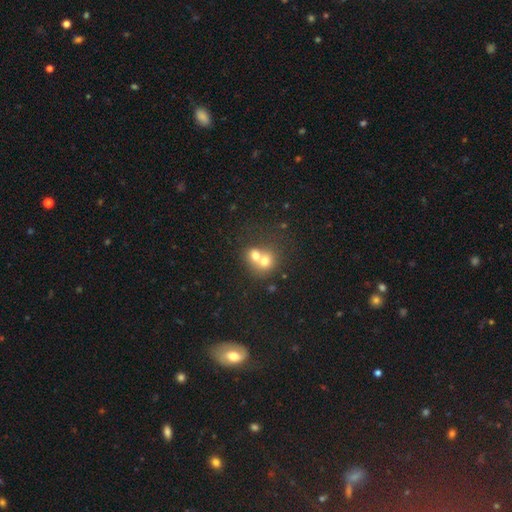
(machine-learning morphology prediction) A smooth galaxy with no disk features (65%) that is round (68%). Merging: merger (71%).